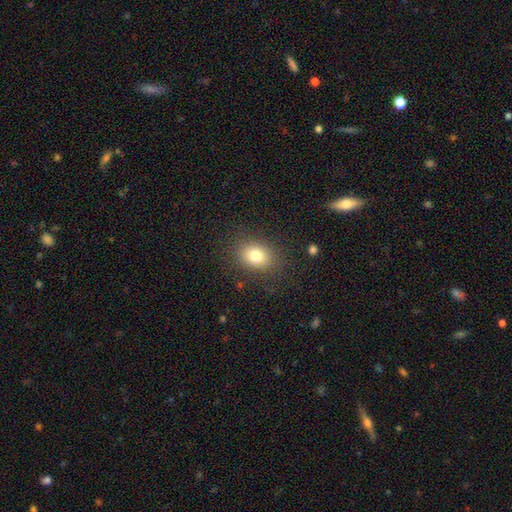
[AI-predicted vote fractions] Overall: smooth (79%). How rounded: in between (62%; round 37%). Merging: none (83%).